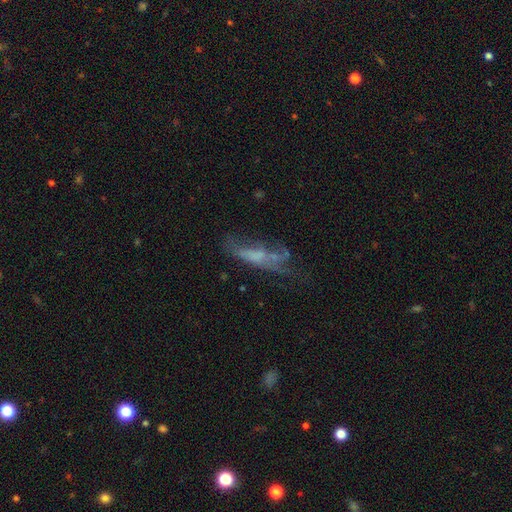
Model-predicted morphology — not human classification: This is possibly a featured or disk galaxy (50%). It is likely not viewed edge-on (74%). Merging: marginally none (35%).